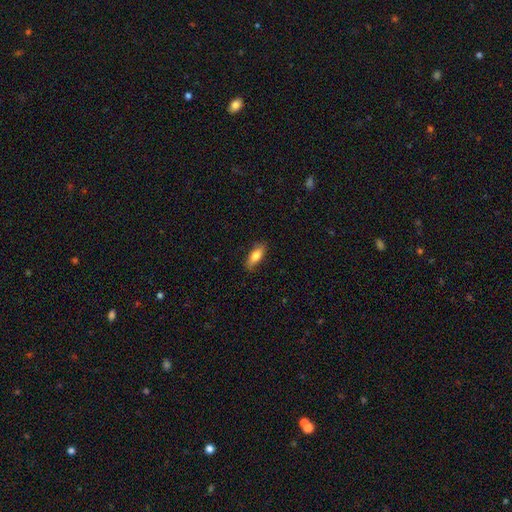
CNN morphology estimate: Smooth or featured? smooth (78%)
How rounded? in between (65%)
Merging? none (84%)